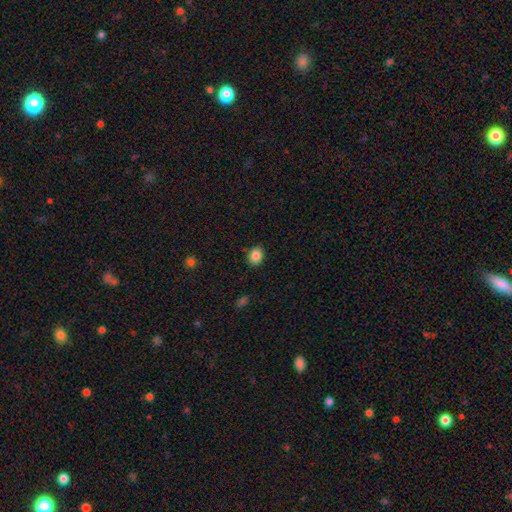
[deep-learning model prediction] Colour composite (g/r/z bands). It shows a smooth galaxy with no disk features (86%) that is in between round and cigar-shaped (52%). Merging: none (86%).